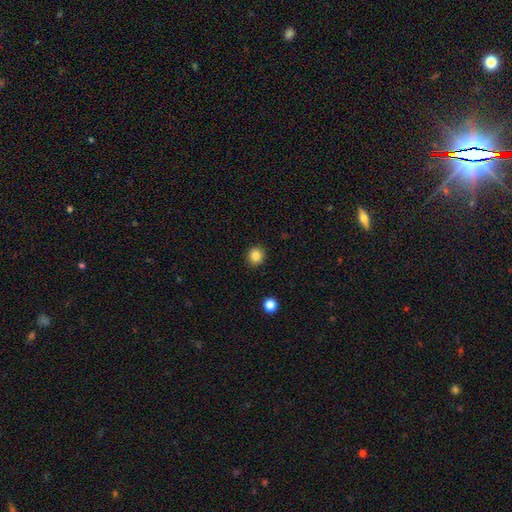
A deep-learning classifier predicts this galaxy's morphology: Overall: smooth (84%). How rounded: round (88%). Merging: none (91%).